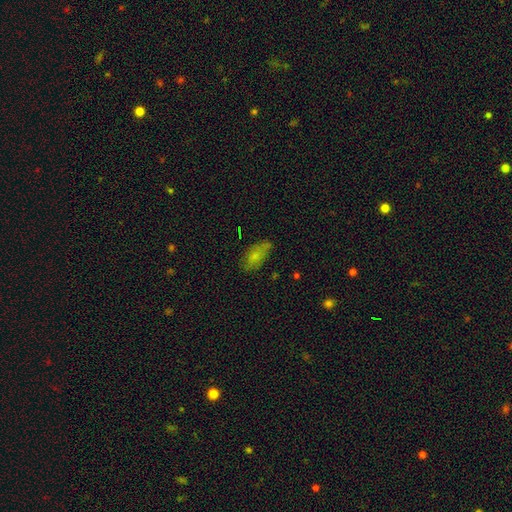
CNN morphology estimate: This appears to be a smooth galaxy with no disk features (71%) that is in between round and cigar-shaped (88%). Merging: none (66%).